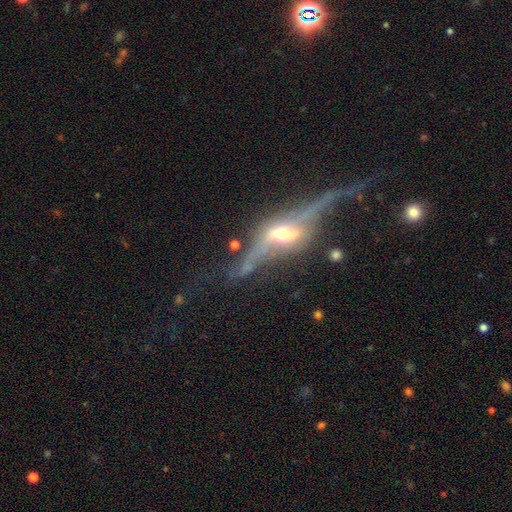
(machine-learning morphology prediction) smooth_or_featured: featured or disk (p=0.85) [alt: smooth p=0.08]
disk_edge_on: yes (p=0.73) [alt: no p=0.27]
edge_on_bulge: rounded (p=0.90) [alt: boxy p=0.07]
merging: none (p=0.47) [alt: major disturbance p=0.26]